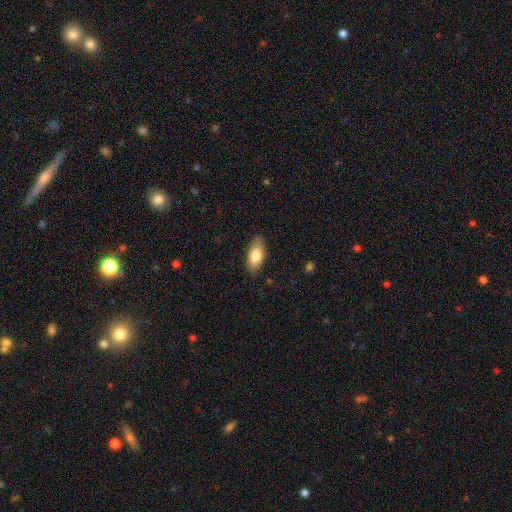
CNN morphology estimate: The model was most divided on "smooth or featured": smooth: 80%, featured or disk: 14%, star or artifact: 6%. More confident: how rounded — in between (87%); merging — none (86%).